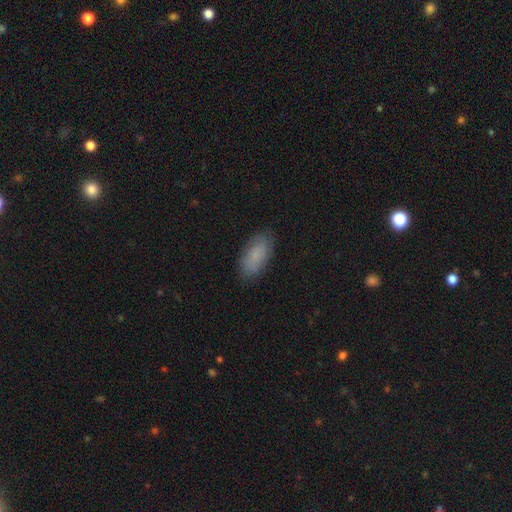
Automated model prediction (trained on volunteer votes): smooth 81%, featured or disk 11%, star or artifact 7%. Down the decision tree: how rounded — in between (91%); merging — none (83%).